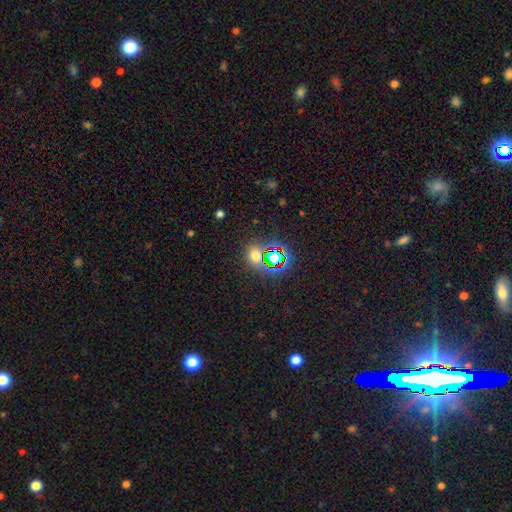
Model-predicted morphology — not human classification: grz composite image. It shows a smooth galaxy with no disk features (47%). Merging: none (74%).